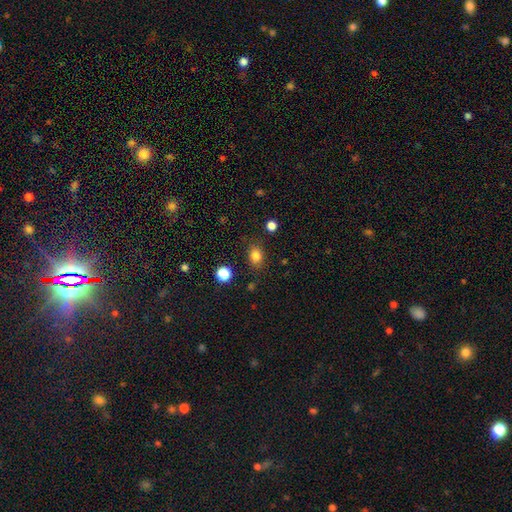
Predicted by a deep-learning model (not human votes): smooth 83%, star or artifact 12%, featured or disk 5%. Down the decision tree: how rounded — in between (56%); merging — none (82%).